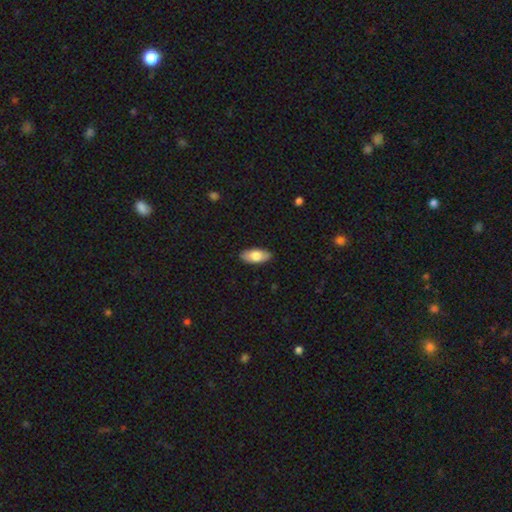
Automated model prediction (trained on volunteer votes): This appears to be a smooth galaxy with no disk features (78%) that is in between round and cigar-shaped (90%). Merging: none (89%).